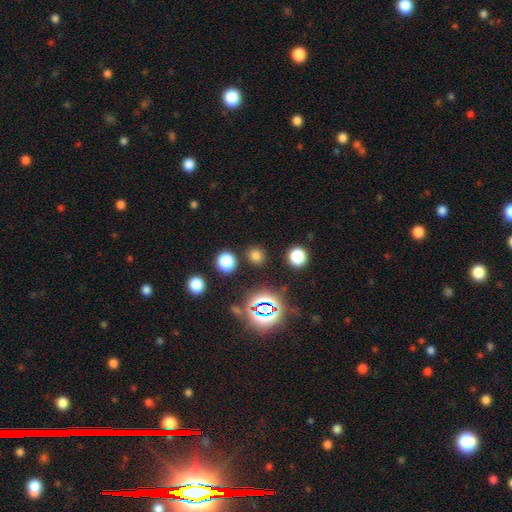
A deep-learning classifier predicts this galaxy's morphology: Smooth or featured: smooth — 67% (star or artifact — 27%)
How rounded: round — 86% (in between — 13%)
Merging: none — 86% (minor disturbance — 7%)